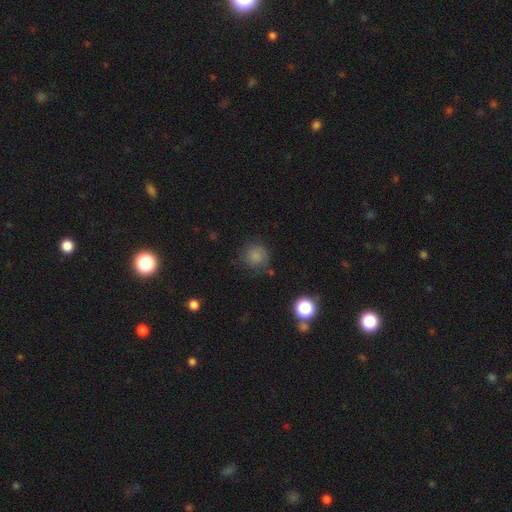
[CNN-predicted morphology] smooth-or-featured: smooth: 78% | star or artifact: 12% | featured or disk: 10%
  how-rounded: round: 91% | in between: 8% | cigar-shaped: 1%
  merging: none: 73% | minor disturbance: 18% | major disturbance: 7% | merger: 3%